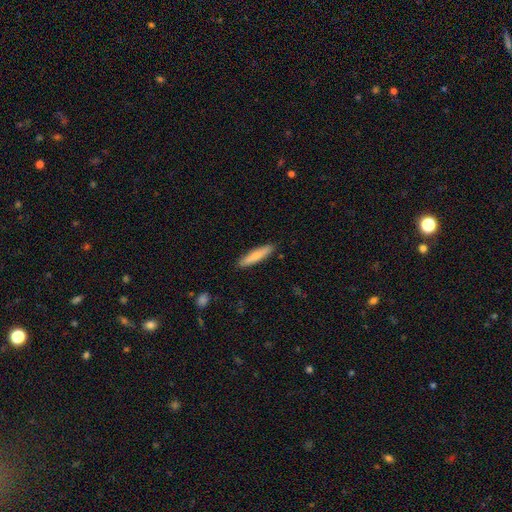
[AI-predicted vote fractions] Overall: smooth (71%). How rounded: cigar-shaped (84%). Merging: none (89%).